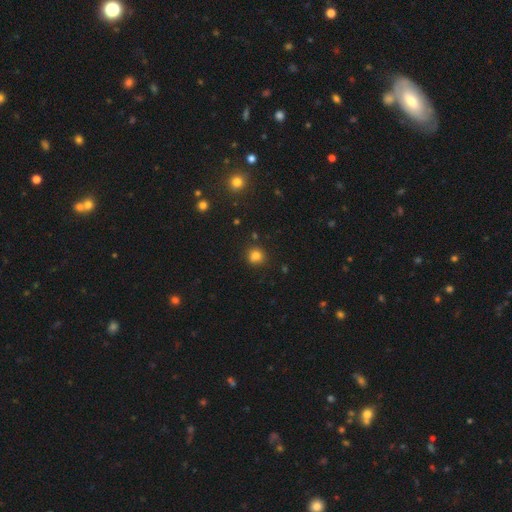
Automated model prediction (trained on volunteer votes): Smooth or featured: smooth — 81% (star or artifact — 14%)
How rounded: round — 85% (in between — 14%)
Merging: none — 86% (minor disturbance — 9%)